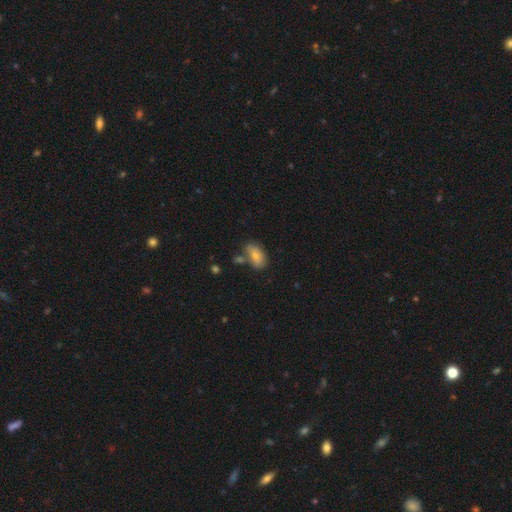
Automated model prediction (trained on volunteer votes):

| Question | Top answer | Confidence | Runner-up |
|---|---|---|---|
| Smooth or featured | smooth | 76% | featured or disk (17%) |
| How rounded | in between | 91% | round (6%) |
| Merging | none | 61% | minor disturbance (18%) |